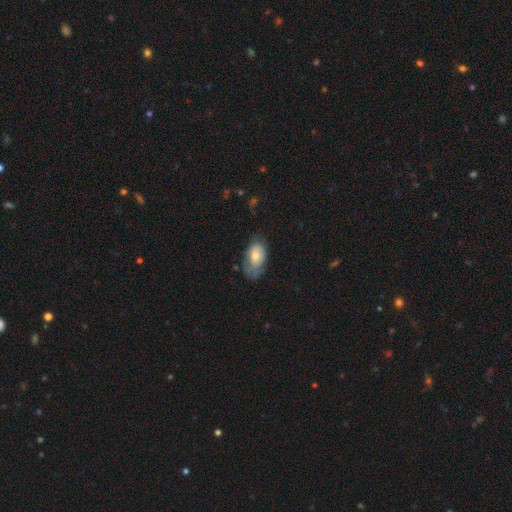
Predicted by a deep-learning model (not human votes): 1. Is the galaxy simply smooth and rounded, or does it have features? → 70% smooth, 23% featured or disk, 7% star or artifact.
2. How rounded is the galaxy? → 91% in between, 7% round, 2% cigar-shaped.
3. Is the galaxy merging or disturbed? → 49% none, 34% minor disturbance, 15% major disturbance, 2% merger.